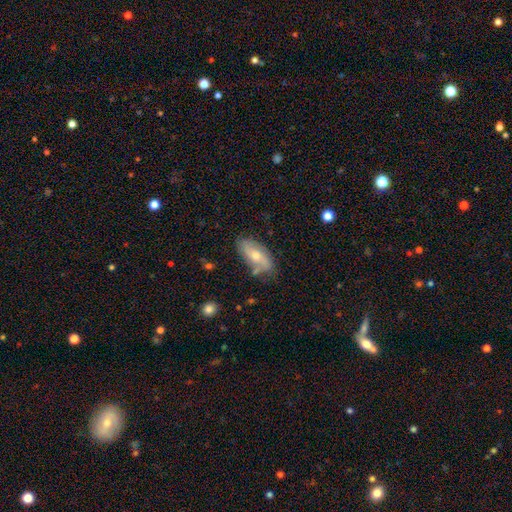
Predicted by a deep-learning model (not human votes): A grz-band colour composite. It shows a smooth galaxy with no disk features (47%). Merging: none (74%).